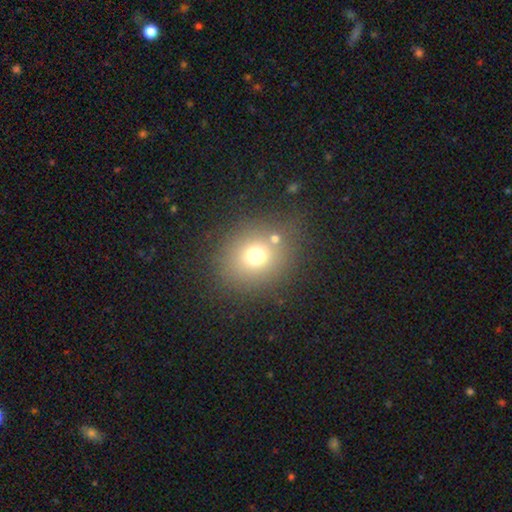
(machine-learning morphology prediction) The model was most divided on "smooth or featured": smooth: 70%, star or artifact: 19%, featured or disk: 12%. More confident: how rounded — round (77%); merging — none (73%).